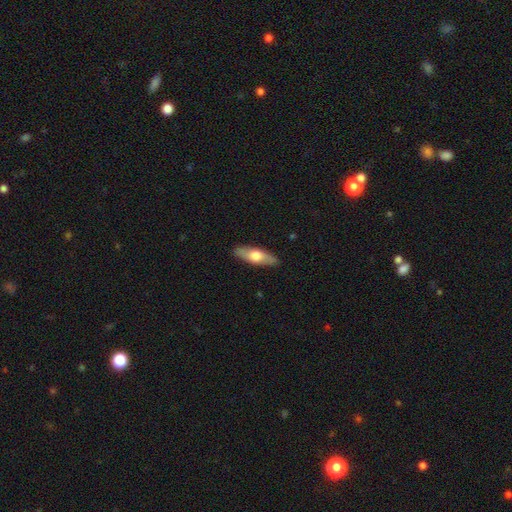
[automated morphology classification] Smooth or featured? Predicted: smooth (p=0.57). How rounded? Predicted: in between (p=0.57). Merging? Predicted: none (p=0.88).